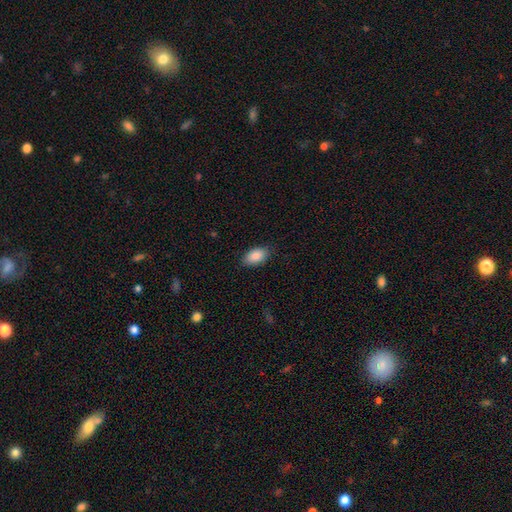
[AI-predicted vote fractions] smooth-or-featured: smooth: 89% | star or artifact: 7% | featured or disk: 4%
  how-rounded: in between: 93% | round: 5% | cigar-shaped: 2%
  merging: none: 84% | minor disturbance: 12% | major disturbance: 3% | merger: 1%